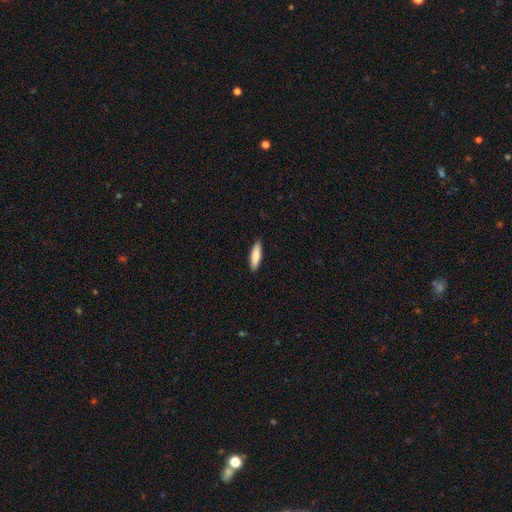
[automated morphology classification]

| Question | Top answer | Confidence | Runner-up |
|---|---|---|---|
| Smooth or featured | smooth | 82% | featured or disk (12%) |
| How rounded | cigar-shaped | 60% | in between (39%) |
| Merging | none | 90% | minor disturbance (8%) |